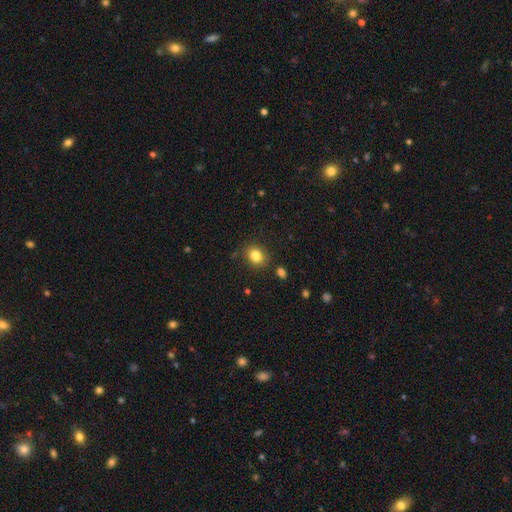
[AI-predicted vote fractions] Smooth or featured? smooth (83%)
How rounded? round (57%)
Merging? none (83%)